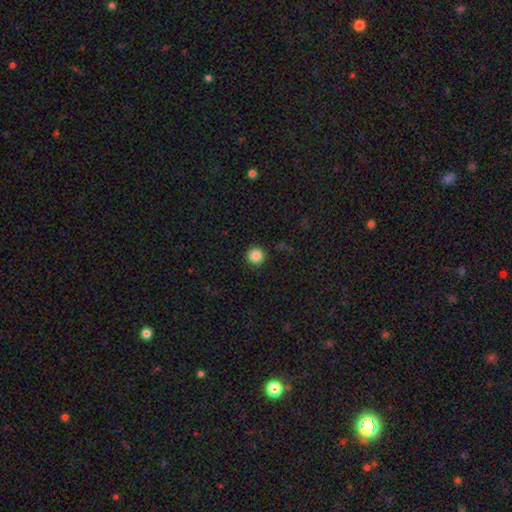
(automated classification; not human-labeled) smooth 85%, star or artifact 11%, featured or disk 4%. Down the decision tree: how rounded — round (96%); merging — none (91%).